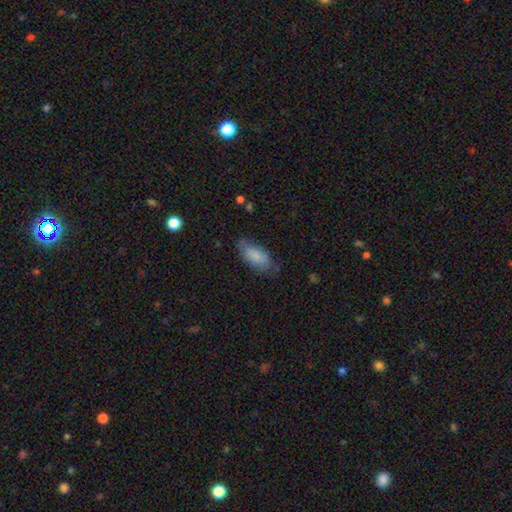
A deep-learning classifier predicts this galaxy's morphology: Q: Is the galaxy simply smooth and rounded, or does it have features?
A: smooth — 83%.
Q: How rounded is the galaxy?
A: in between — 85%.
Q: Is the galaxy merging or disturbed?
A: none — 69%.